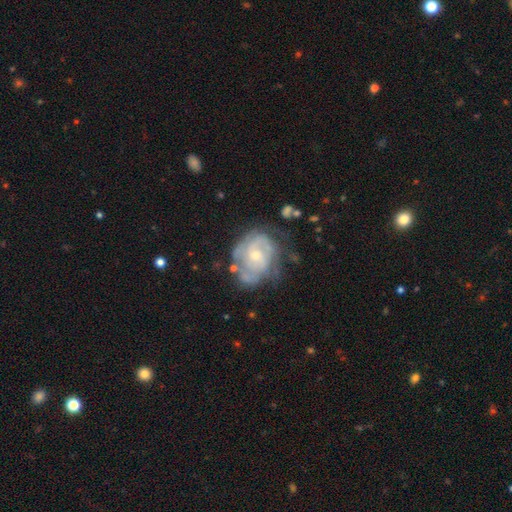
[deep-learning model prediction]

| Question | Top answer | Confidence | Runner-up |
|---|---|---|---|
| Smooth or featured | featured or disk | 74% | smooth (19%) |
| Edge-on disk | no | 97% | yes (3%) |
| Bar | no | 70% | weak (26%) |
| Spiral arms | yes | 75% | no (25%) |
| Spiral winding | tight | 55% | medium (33%) |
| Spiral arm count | can't tell | 47% | 2 (28%) |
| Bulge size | small | 54% | moderate (42%) |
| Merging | none | 51% | minor disturbance (27%) |